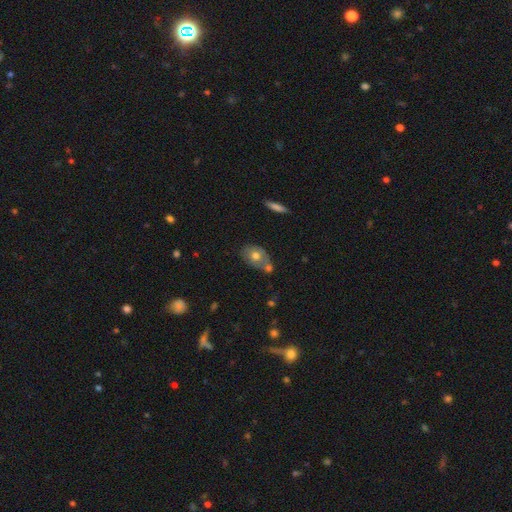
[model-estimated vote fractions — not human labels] Morphology: type=smooth (65%); roundness=in between (76%); merging=none (42%).